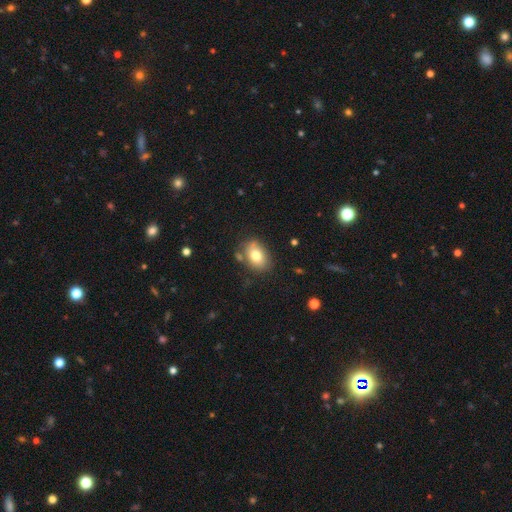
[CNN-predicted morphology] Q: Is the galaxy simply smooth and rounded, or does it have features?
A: smooth — 76%.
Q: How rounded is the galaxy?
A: in between — 78%.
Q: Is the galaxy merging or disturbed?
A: none — 72%.